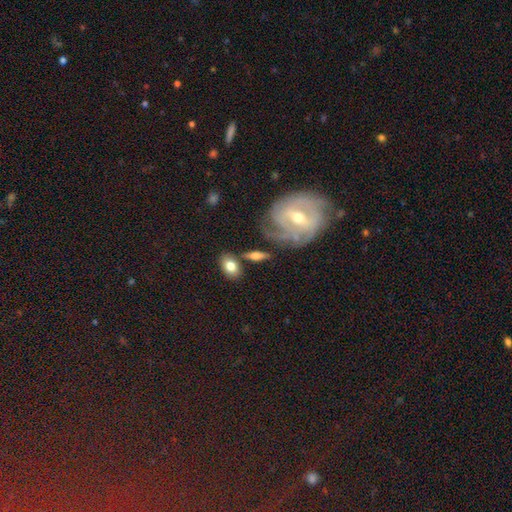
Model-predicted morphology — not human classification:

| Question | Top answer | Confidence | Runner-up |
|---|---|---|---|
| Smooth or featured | smooth | 58% | featured or disk (35%) |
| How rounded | in between | 69% | cigar-shaped (19%) |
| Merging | none | 67% | minor disturbance (16%) |